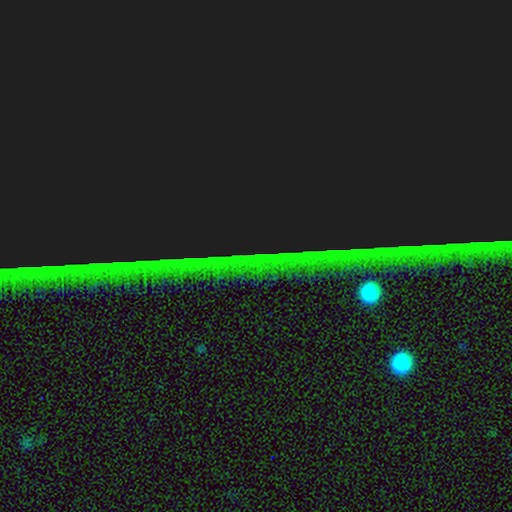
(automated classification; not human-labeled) Smooth or featured?
  - star or artifact: 84% *
  - featured or disk: 8%
  - smooth: 8%